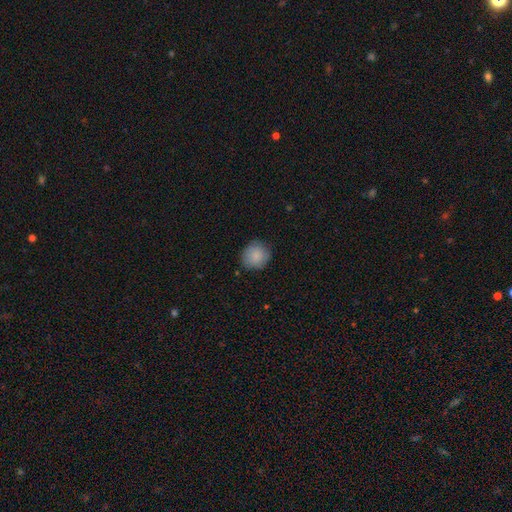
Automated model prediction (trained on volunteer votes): Smooth or featured?
  - smooth: 86% *
  - star or artifact: 7%
  - featured or disk: 7%
How rounded?
  - round: 88% *
  - in between: 11%
  - cigar-shaped: 1%
Merging?
  - none: 82% *
  - minor disturbance: 14%
  - major disturbance: 3%
  - merger: 1%